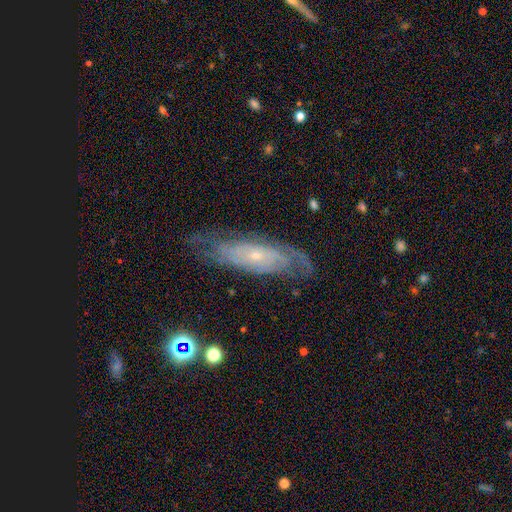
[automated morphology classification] A featured or disk galaxy (77%) with no bar (73%), tight (63%) spiral arms (90%) and a small central bulge (77%). Merging: none (70%).